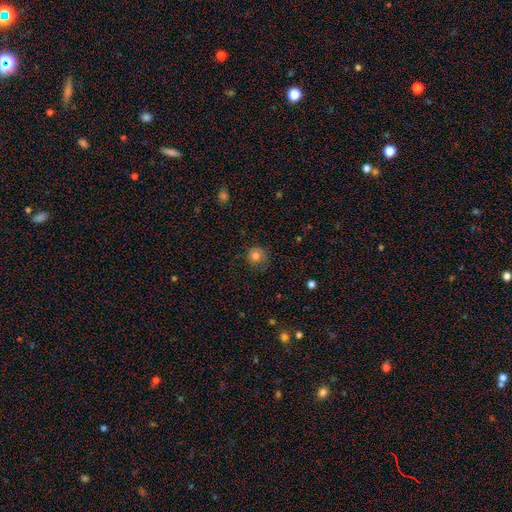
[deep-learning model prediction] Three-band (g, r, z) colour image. It shows a smooth galaxy with no disk features (79%) that is round (88%). Merging: none (72%).